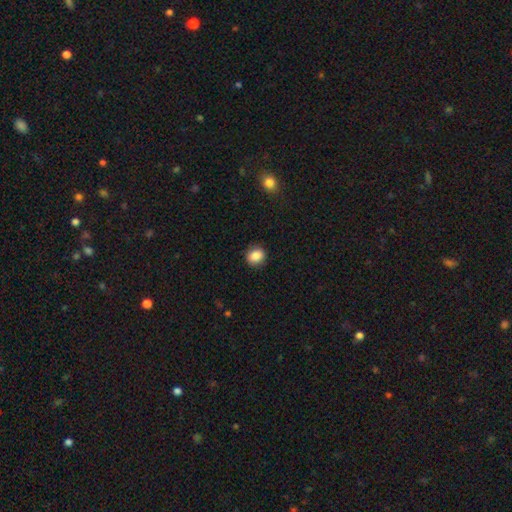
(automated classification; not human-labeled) The model was most divided on "how rounded": round: 70%, in between: 29%, cigar-shaped: 1%. More confident: merging — none (89%); smooth or featured — smooth (87%).